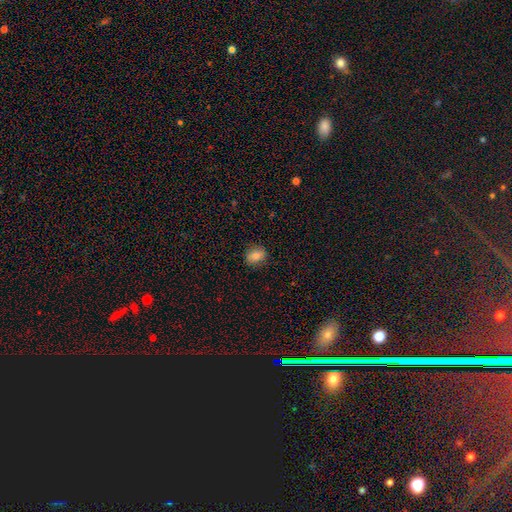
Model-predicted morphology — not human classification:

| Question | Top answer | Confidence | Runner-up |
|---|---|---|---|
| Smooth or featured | smooth | 79% | featured or disk (11%) |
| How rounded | round | 50% | in between (49%) |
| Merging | none | 86% | minor disturbance (10%) |